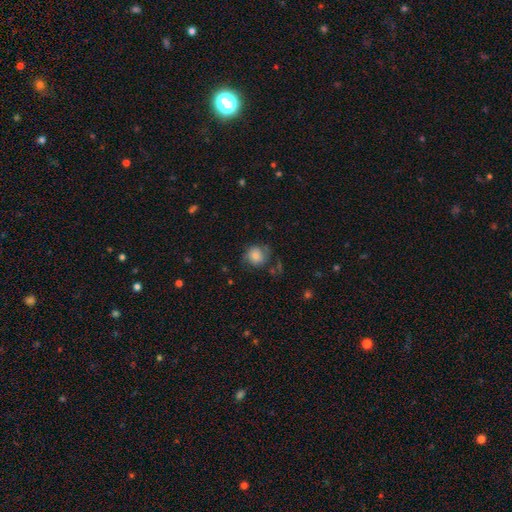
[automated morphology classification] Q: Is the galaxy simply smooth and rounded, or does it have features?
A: smooth — 68%.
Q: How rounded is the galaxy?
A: round — 83%.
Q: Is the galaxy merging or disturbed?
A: none — 62%.